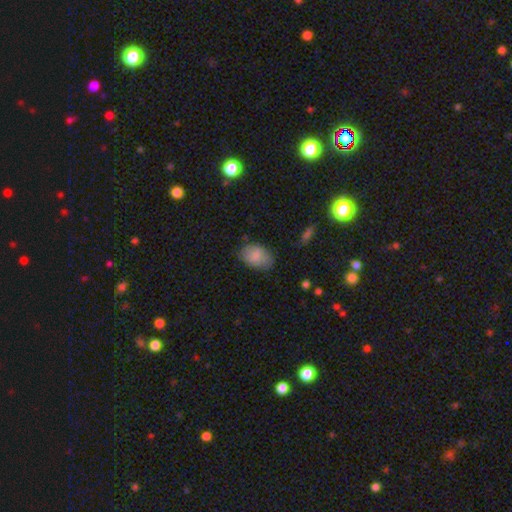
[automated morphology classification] smooth_or_featured: smooth (p=0.82) [alt: featured or disk p=0.10]
how_rounded: in between (p=0.86) [alt: round p=0.13]
merging: none (p=0.72) [alt: minor disturbance p=0.22]